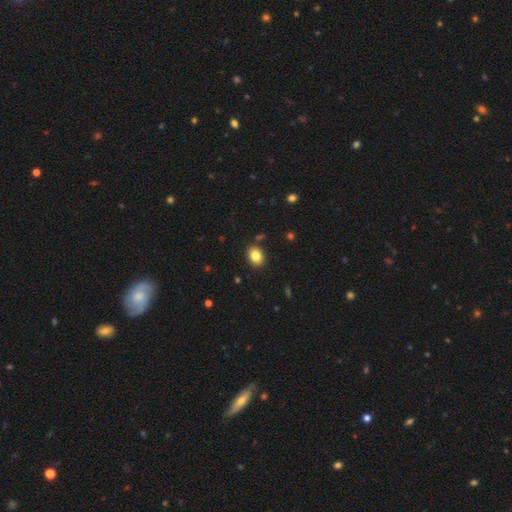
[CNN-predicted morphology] The model was most divided on "how rounded": in between: 59%, round: 40%, cigar-shaped: 1%. More confident: merging — none (88%); smooth or featured — smooth (84%).